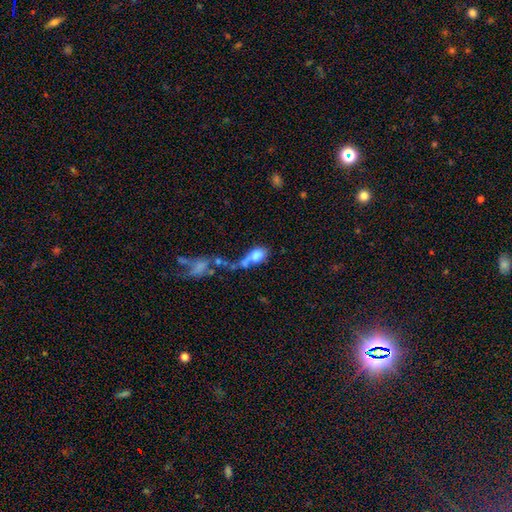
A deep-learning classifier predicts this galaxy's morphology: Smooth or featured? Predicted: smooth (p=0.65). How rounded? Predicted: in between (p=0.73). Merging? Predicted: merger (p=0.41).